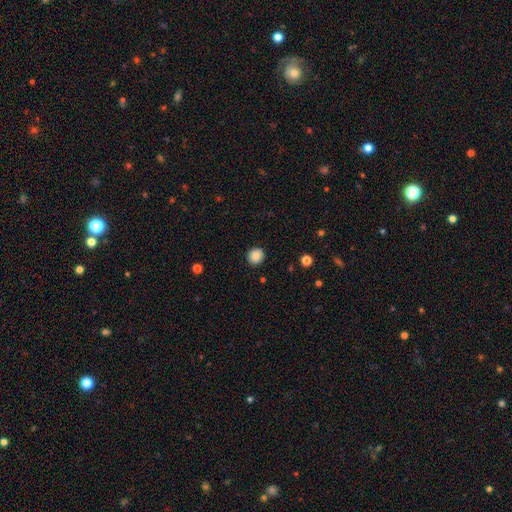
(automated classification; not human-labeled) Smooth or featured? smooth (86%)
How rounded? round (91%)
Merging? none (91%)